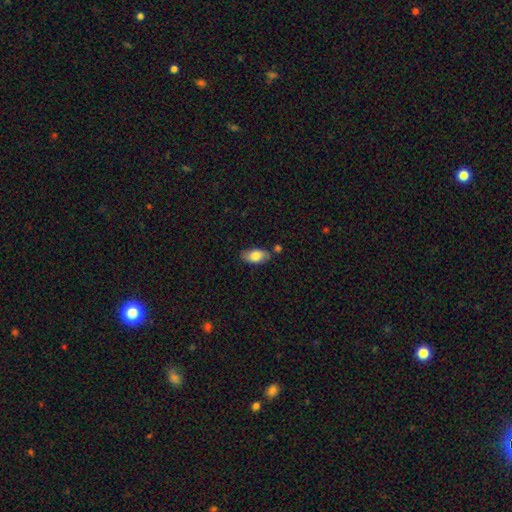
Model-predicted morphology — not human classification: Smooth or featured? Predicted: smooth (p=0.79). How rounded? Predicted: in between (p=0.92). Merging? Predicted: none (p=0.75).